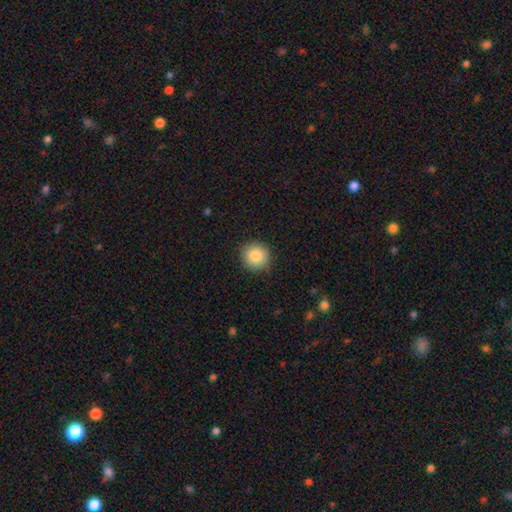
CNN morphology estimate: smooth 85%, star or artifact 9%, featured or disk 6%. Down the decision tree: how rounded — round (93%); merging — none (89%).